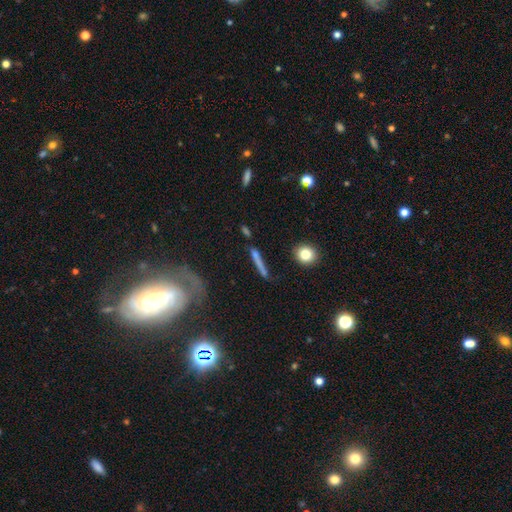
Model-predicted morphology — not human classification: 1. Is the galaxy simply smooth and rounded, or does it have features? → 45% featured or disk, 41% smooth, 14% star or artifact.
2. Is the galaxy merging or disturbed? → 76% none, 13% minor disturbance, 6% major disturbance, 5% merger.